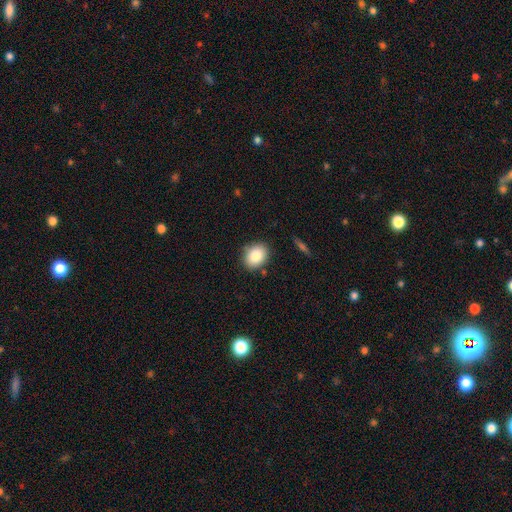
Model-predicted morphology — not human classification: Smooth or featured? Predicted: smooth (p=0.84). How rounded? Predicted: in between (p=0.58). Merging? Predicted: none (p=0.83).